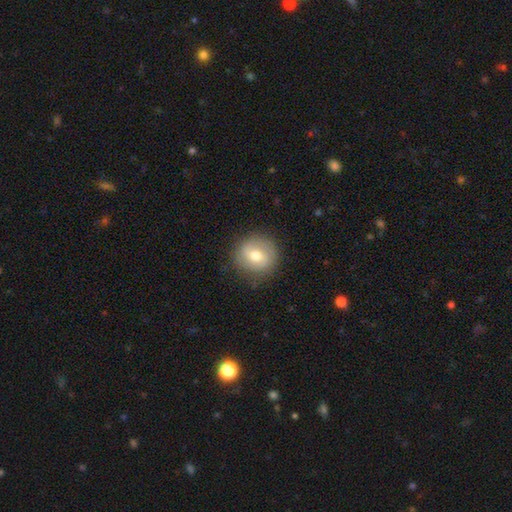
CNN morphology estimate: Smooth or featured? Predicted: smooth (p=0.61). How rounded? Predicted: round (p=0.89). Merging? Predicted: none (p=0.85).